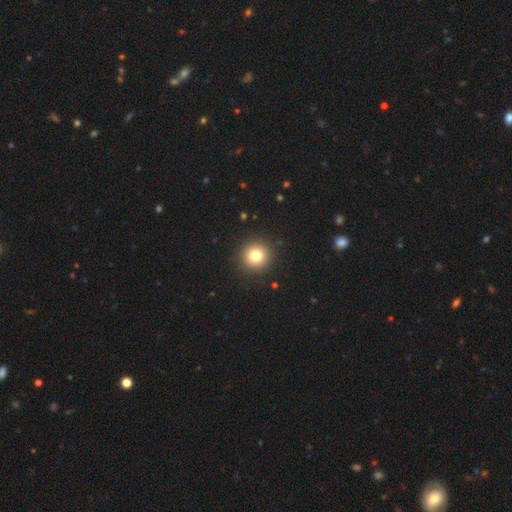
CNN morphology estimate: This appears to be a smooth galaxy with no disk features (79%) that is round (95%). Merging: none (91%).